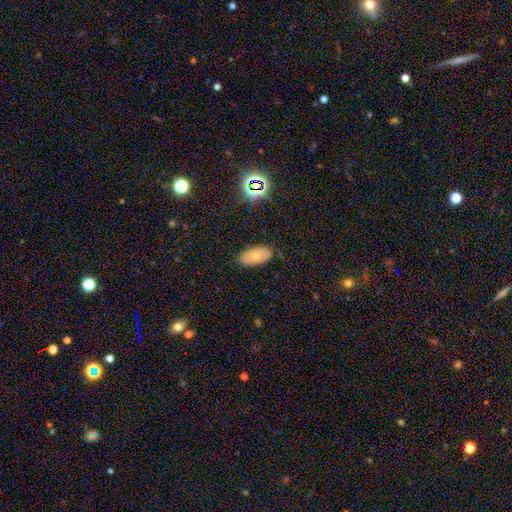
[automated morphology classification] smooth_or_featured: smooth (p=0.66) [alt: featured or disk p=0.23]
how_rounded: in between (p=0.92) [alt: round p=0.04]
merging: none (p=0.80) [alt: minor disturbance p=0.16]